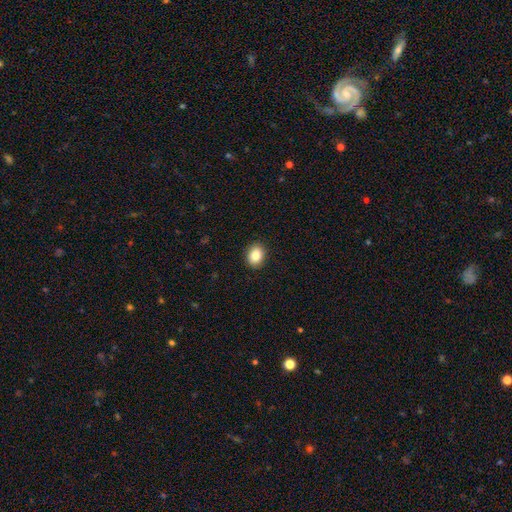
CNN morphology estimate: This is clearly a smooth galaxy (86%). How rounded: possibly in between (60%). Merging: clearly none (90%).